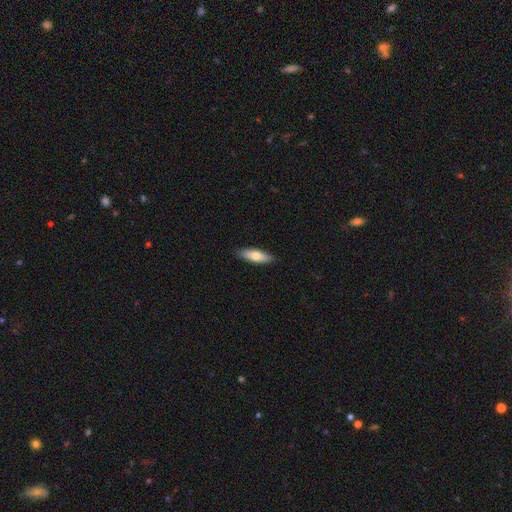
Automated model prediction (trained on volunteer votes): smooth 67%, featured or disk 28%, star or artifact 5%. Down the decision tree: how rounded — cigar-shaped (54%); merging — none (90%).